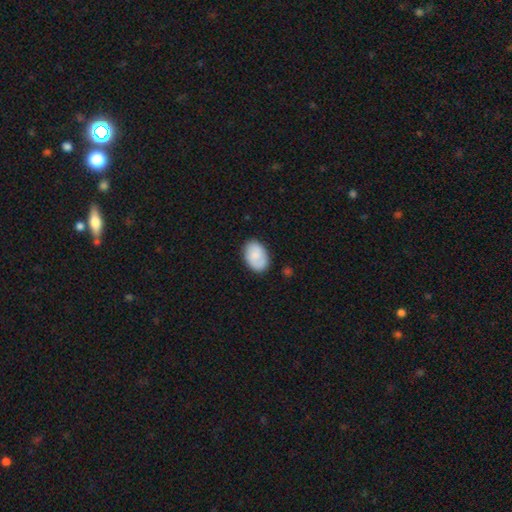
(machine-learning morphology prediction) smooth 78%, featured or disk 16%, star or artifact 7%. Down the decision tree: how rounded — in between (85%); merging — none (81%).